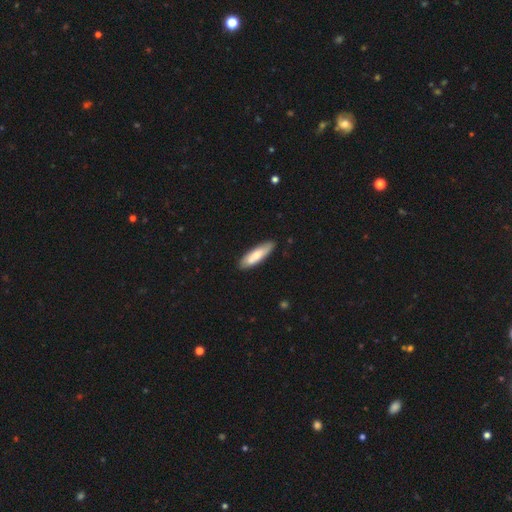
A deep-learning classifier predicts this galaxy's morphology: A smooth galaxy with no disk features (74%) that is cigar-shaped (62%). Merging: none (84%).